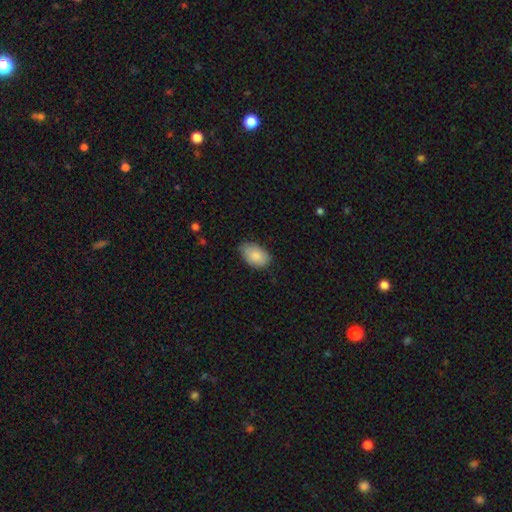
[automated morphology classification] smooth 86%, featured or disk 8%, star or artifact 6%. Down the decision tree: how rounded — in between (92%); merging — none (73%).